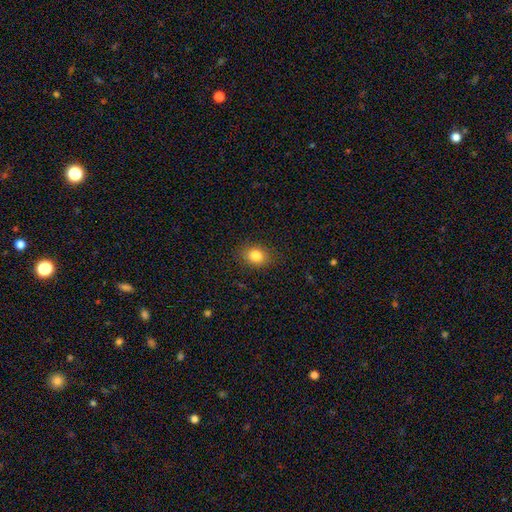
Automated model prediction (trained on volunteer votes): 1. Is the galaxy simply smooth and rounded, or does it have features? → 83% smooth, 10% star or artifact, 7% featured or disk.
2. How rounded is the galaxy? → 50% in between, 49% round, 1% cigar-shaped.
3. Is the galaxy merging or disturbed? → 85% none, 10% minor disturbance, 3% major disturbance, 1% merger.